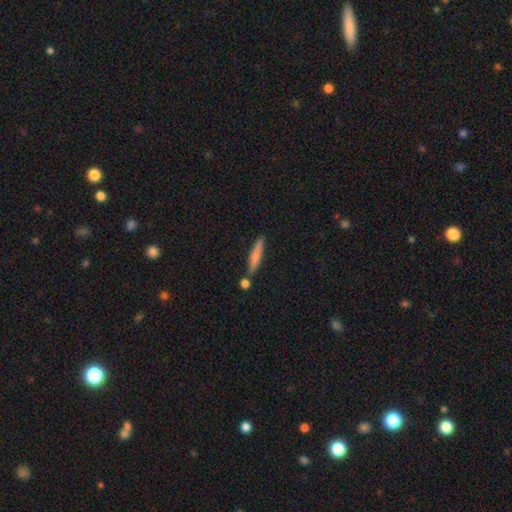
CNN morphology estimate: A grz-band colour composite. It shows a smooth galaxy with no disk features (71%) that is cigar-shaped (90%). Merging: none (74%).